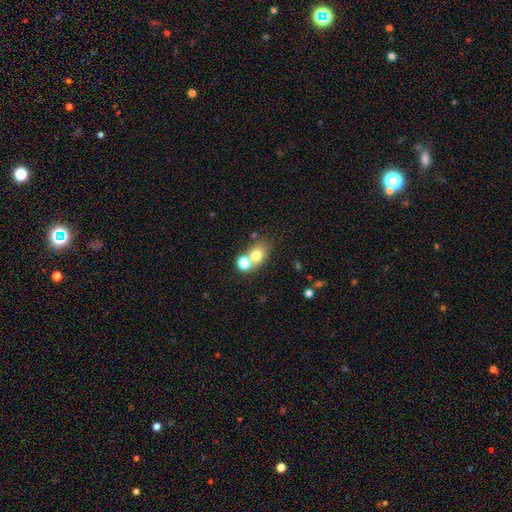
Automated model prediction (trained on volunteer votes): Q: Smooth or featured?
A: smooth (74%); runner-up: featured or disk (14%)
Q: How rounded?
A: round (49%); tied with: in between (49%)
Q: Merging?
A: none (45%); runner-up: merger (42%)